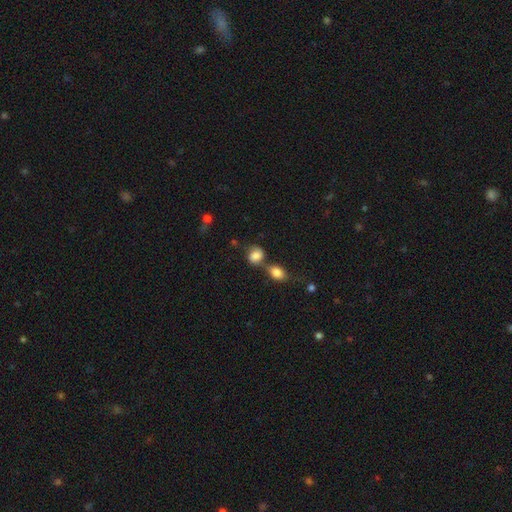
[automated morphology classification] type=smooth (80%); roundness=round (53%); merging=merger (41%).